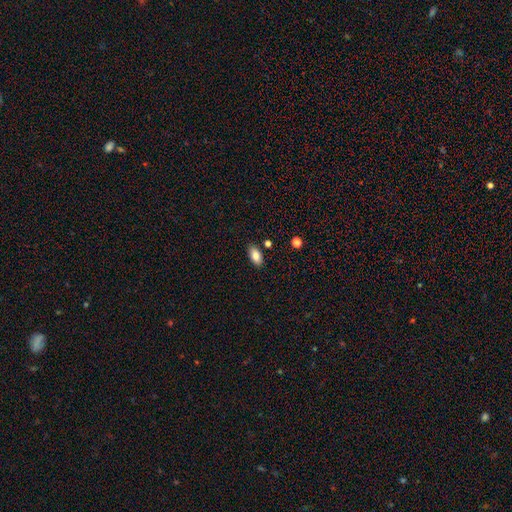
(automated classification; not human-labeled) Overall: smooth (84%). How rounded: in between (92%). Merging: none (86%).